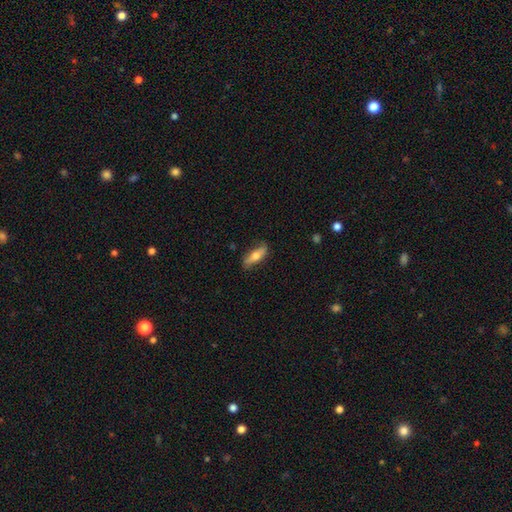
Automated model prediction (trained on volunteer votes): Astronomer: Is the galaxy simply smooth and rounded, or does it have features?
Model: smooth — 60%.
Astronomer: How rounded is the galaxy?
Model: in between — 56% (runner-up: cigar-shaped, 41%).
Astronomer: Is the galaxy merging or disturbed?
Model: none — 80%.